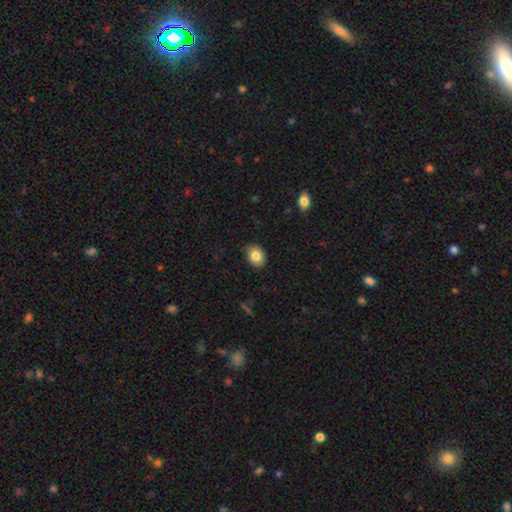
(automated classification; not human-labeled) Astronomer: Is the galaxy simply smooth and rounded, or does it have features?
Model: smooth — 83%.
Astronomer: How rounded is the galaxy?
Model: in between — 64%.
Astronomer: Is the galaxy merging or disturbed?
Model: none — 84%.